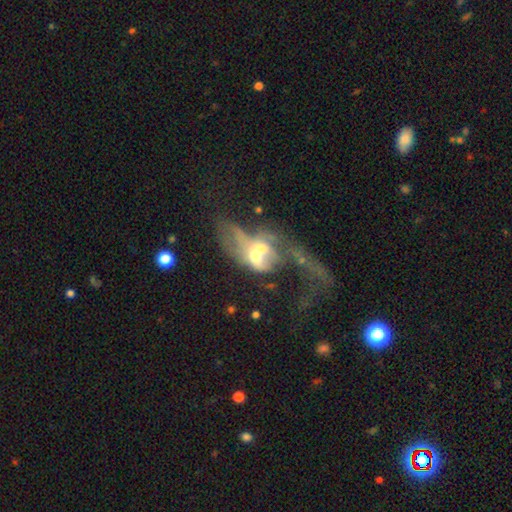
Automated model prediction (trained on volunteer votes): This appears to be a featured or disk galaxy (58%) with no bar (76%), no spiral arms (68%) and a moderate central bulge (58%). Merging: merger (59%).